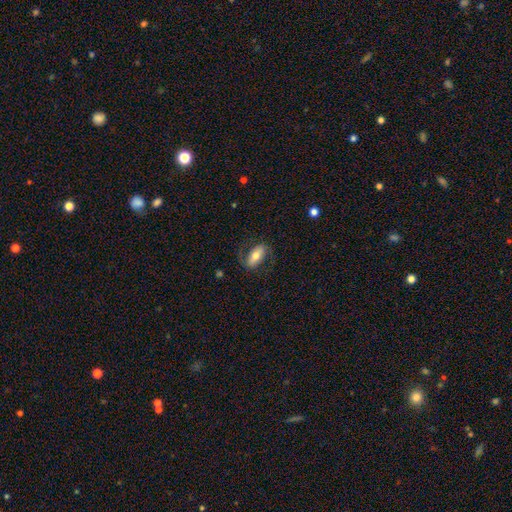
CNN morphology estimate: A smooth galaxy with no disk features (51%) that is in between round and cigar-shaped (82%).

Vote fractions:
- Smooth or featured? smooth: 51% / featured or disk: 43% / star or artifact: 6%
- How rounded? in between: 82% / cigar-shaped: 14% / round: 5%
- Merging? none: 70% / minor disturbance: 17% / major disturbance: 12% / merger: 1%